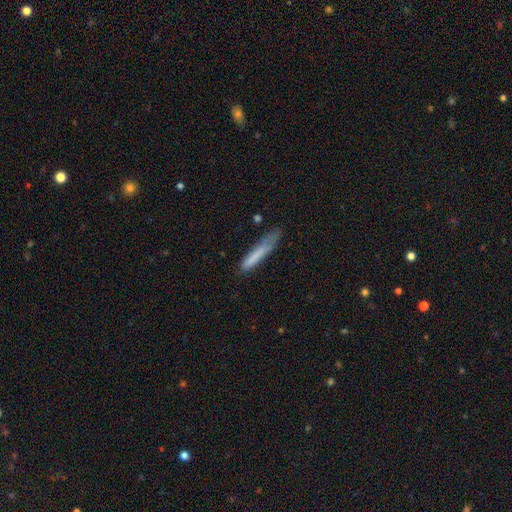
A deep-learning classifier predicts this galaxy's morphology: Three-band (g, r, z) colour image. It shows a smooth galaxy with no disk features (75%) that is cigar-shaped (92%). Merging: none (58%).